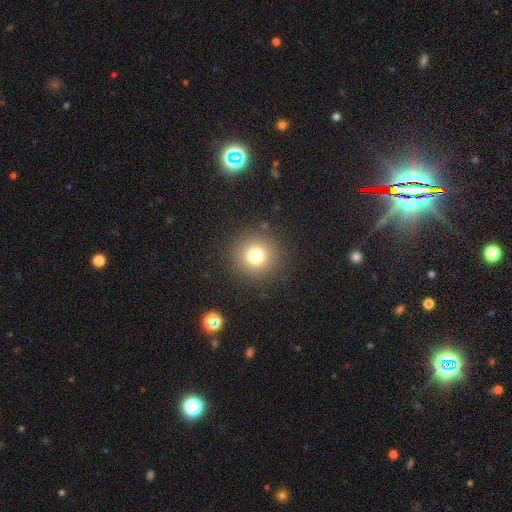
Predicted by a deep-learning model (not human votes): smooth_or_featured: smooth (p=0.76) [alt: star or artifact p=0.14]
how_rounded: round (p=0.95) [alt: in between p=0.04]
merging: none (p=0.89) [alt: minor disturbance p=0.06]